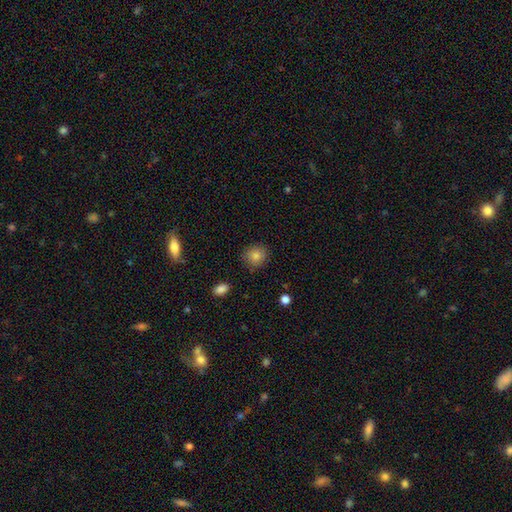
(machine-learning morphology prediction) smooth 83%, star or artifact 10%, featured or disk 7%. Down the decision tree: how rounded — round (85%); merging — none (87%).